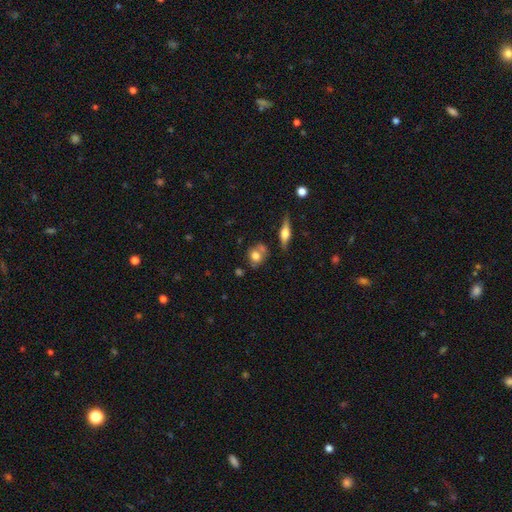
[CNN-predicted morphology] smooth-or-featured: smooth: 68% | featured or disk: 23% | star or artifact: 9%
  how-rounded: round: 57% | in between: 39% | cigar-shaped: 3%
  merging: none: 56% | merger: 19% | minor disturbance: 18% | major disturbance: 6%